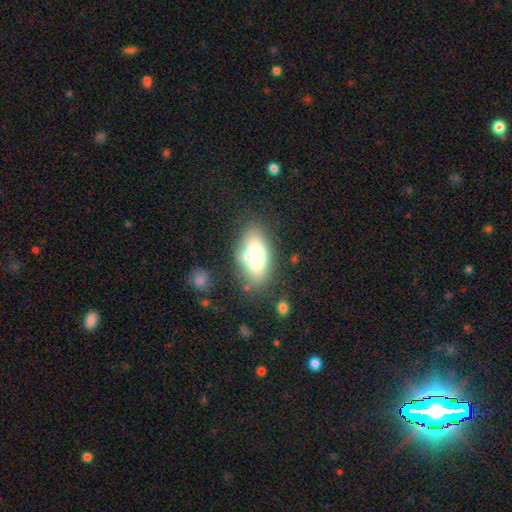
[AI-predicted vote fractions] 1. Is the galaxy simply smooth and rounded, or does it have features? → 68% smooth, 22% featured or disk, 10% star or artifact.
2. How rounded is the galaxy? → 85% in between, 9% cigar-shaped, 7% round.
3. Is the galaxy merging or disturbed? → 64% none, 16% minor disturbance, 13% merger, 7% major disturbance.